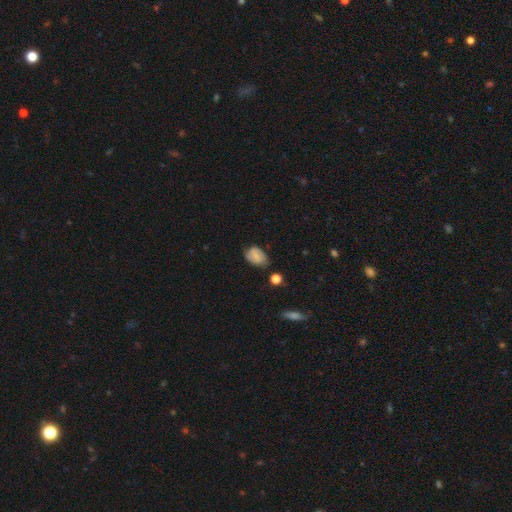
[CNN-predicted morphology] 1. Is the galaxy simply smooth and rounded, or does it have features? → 55% smooth, 36% featured or disk, 9% star or artifact.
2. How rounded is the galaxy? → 79% in between, 19% round, 2% cigar-shaped.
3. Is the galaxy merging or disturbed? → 61% none, 29% minor disturbance, 7% major disturbance, 4% merger.